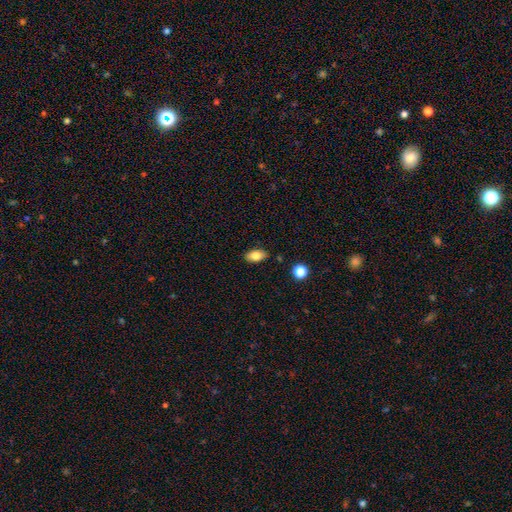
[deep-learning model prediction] Overall: smooth (81%). How rounded: in between (90%). Merging: none (85%).